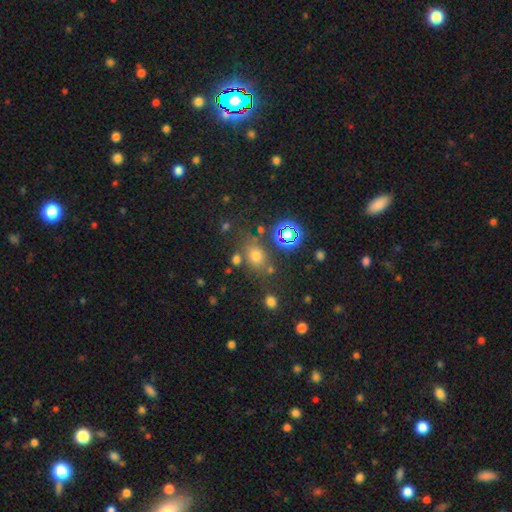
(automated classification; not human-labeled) The model was most divided on "how rounded": in between: 52%, round: 46%, cigar-shaped: 2%. More confident: merging — none (70%); smooth or featured — smooth (61%).